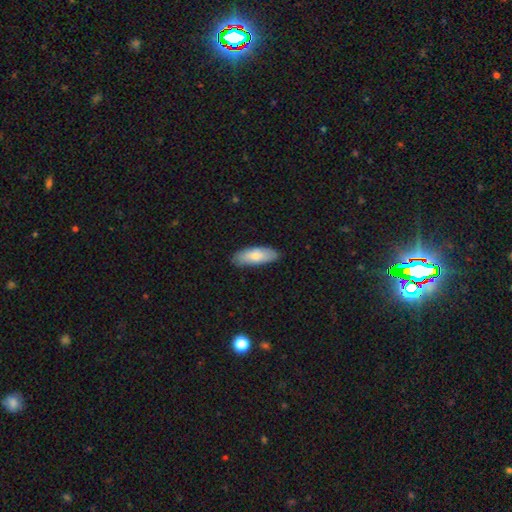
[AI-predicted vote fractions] This is likely a smooth galaxy (77%). How rounded: likely in between (73%). Merging: clearly none (85%).